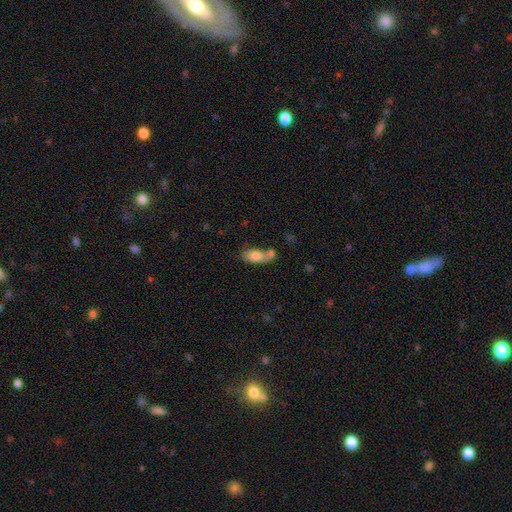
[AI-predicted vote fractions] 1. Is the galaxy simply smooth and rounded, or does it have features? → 76% smooth, 17% featured or disk, 8% star or artifact.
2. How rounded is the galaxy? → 83% in between, 12% cigar-shaped, 5% round.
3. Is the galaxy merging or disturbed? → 39% merger, 36% none, 17% minor disturbance, 8% major disturbance.